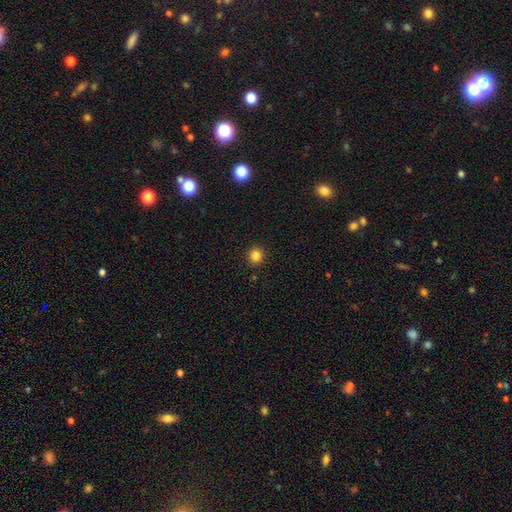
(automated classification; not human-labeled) smooth 83%, star or artifact 13%, featured or disk 4%. Down the decision tree: how rounded — round (91%); merging — none (92%).